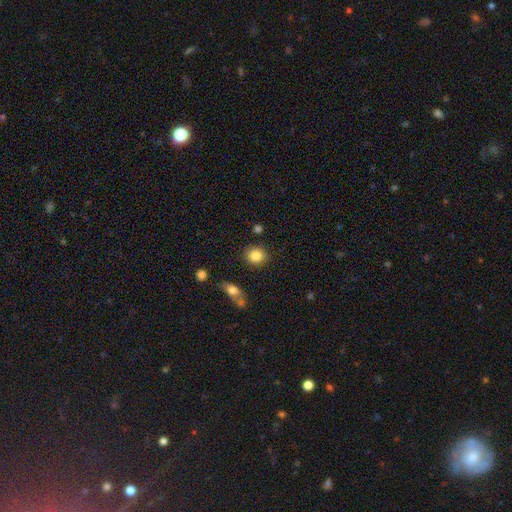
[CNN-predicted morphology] This appears to be a smooth galaxy with no disk features (84%) that is round (79%). Merging: none (84%).